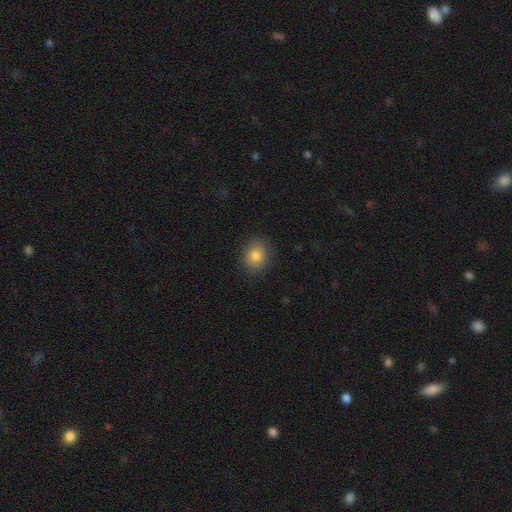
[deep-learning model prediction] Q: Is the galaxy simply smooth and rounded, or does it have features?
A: smooth — 80%.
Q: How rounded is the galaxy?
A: round — 67%.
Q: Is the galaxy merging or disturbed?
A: none — 88%.